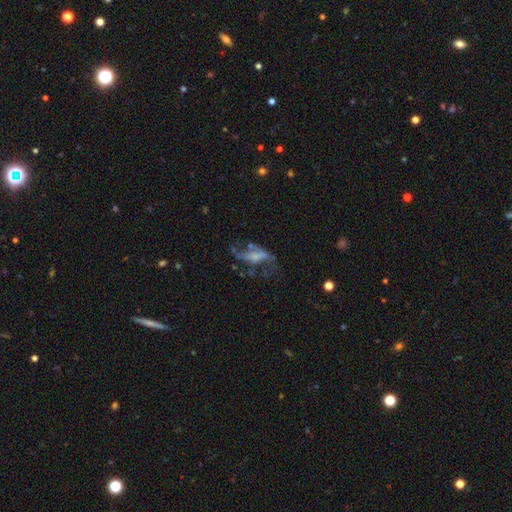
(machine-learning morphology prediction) This is likely a featured or disk galaxy (63%). It is clearly not viewed edge-on (92%). Bar: possibly no (54%). Spiral arm pattern: possibly yes (54%). Central bulge: marginally small (38%). Merging: marginally major disturbance (42%).